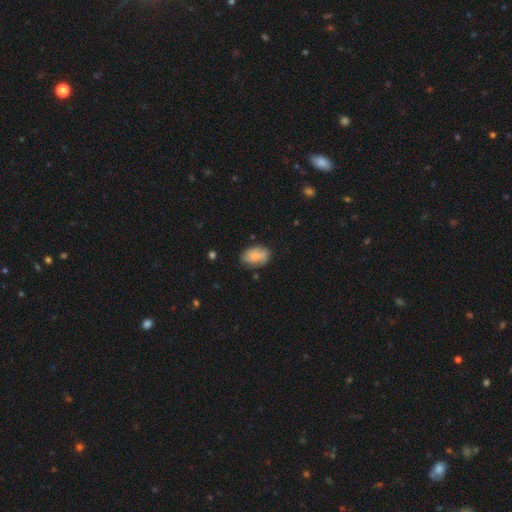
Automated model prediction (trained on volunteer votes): smooth_or_featured: smooth (p=0.75) [alt: featured or disk p=0.18]
how_rounded: in between (p=0.87) [alt: round p=0.11]
merging: none (p=0.67) [alt: minor disturbance p=0.25]